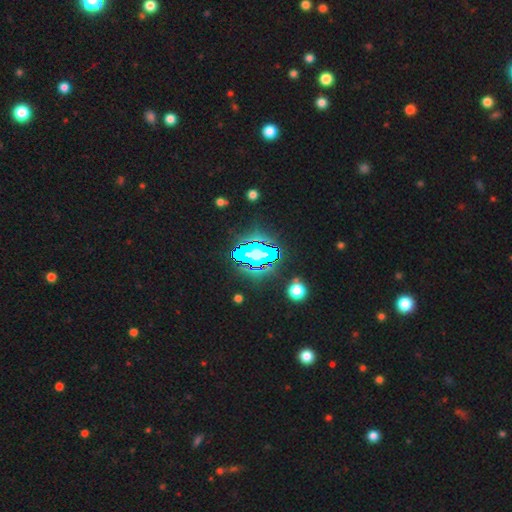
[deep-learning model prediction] smooth-or-featured: star or artifact: 69% | smooth: 16% | featured or disk: 15%